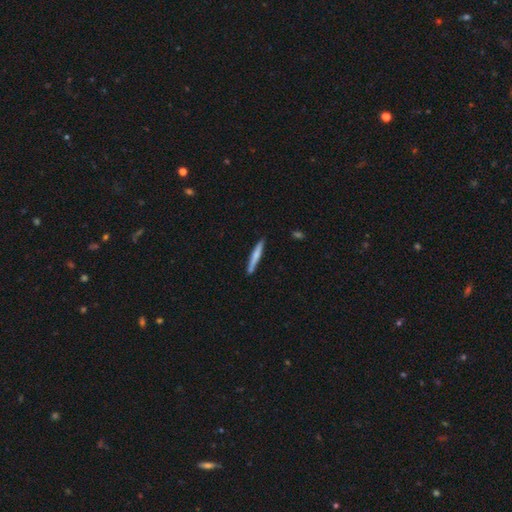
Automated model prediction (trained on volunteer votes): A smooth galaxy with no disk features (61%) that is cigar-shaped (95%). Merging: none (86%).